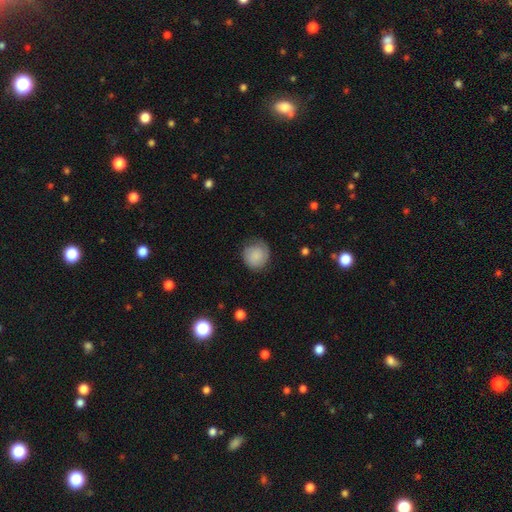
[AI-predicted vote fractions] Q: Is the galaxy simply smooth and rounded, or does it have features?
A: smooth — 78%.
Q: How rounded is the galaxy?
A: round — 89%.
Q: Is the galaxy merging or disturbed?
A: none — 73%.